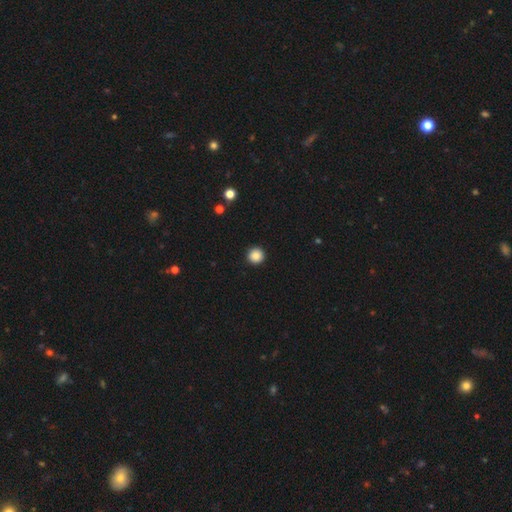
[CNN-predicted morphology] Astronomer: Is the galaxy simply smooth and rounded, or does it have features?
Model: smooth — 87%.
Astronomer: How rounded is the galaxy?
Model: round — 96%.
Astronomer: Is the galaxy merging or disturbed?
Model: none — 93%.